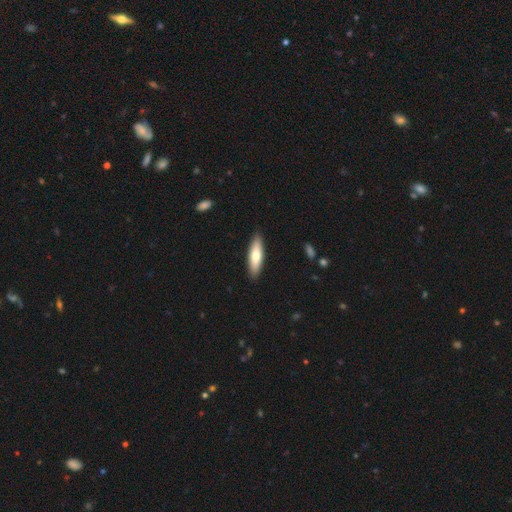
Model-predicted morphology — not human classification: A smooth galaxy with no disk features (69%) that is cigar-shaped (59%).

Vote fractions:
- Smooth or featured? smooth: 69% / featured or disk: 26% / star or artifact: 5%
- How rounded? cigar-shaped: 59% / in between: 39% / round: 2%
- Merging? none: 89% / minor disturbance: 8% / major disturbance: 2% / merger: 1%